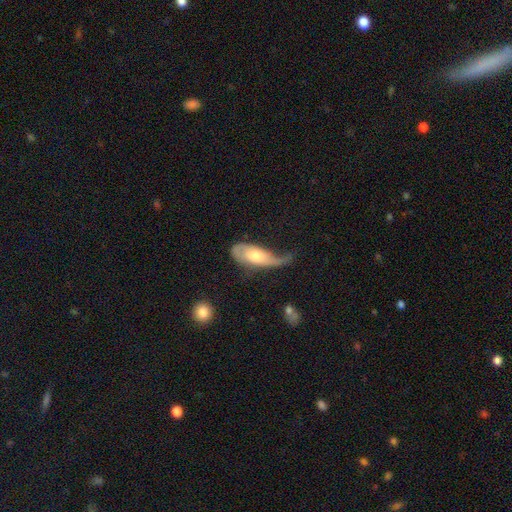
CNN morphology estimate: Smooth or featured?
  - featured or disk: 49% *
  - smooth: 45%
  - star or artifact: 6%
Merging?
  - major disturbance: 42% *
  - minor disturbance: 31%
  - none: 23%
  - merger: 4%